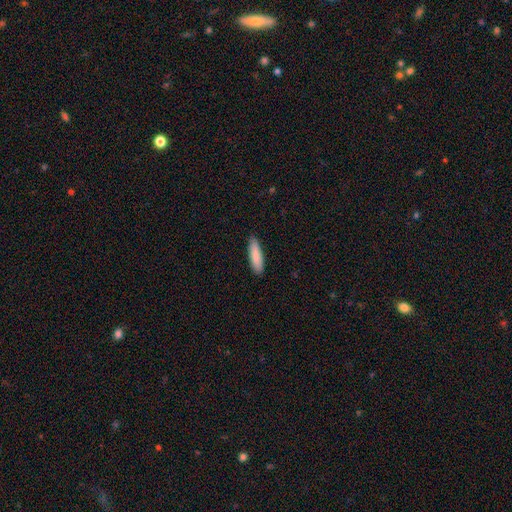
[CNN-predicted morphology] The model was most divided on "how rounded": cigar-shaped: 63%, in between: 35%, round: 1%. More confident: merging — none (88%); smooth or featured — smooth (87%).